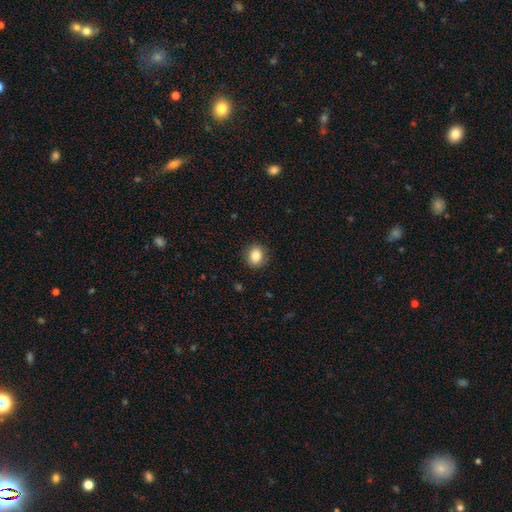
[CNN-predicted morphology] A smooth galaxy with no disk features (85%) that is round (66%). Merging: none (88%).